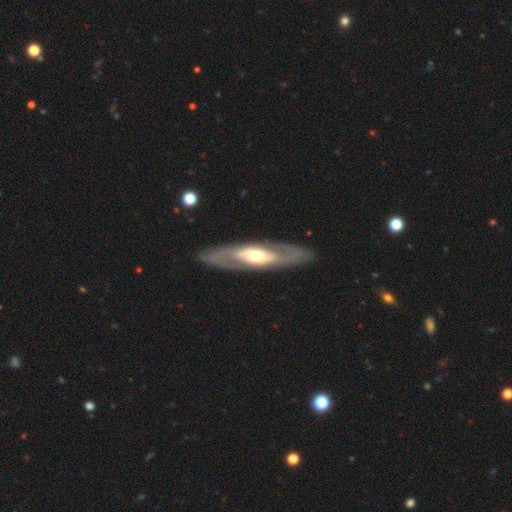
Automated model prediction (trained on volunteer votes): Q: Smooth or featured?
A: featured or disk (73%); runner-up: smooth (23%)
Q: Edge-on disk?
A: no (70%); runner-up: yes (30%)
Q: Bar?
A: no (60%); runner-up: weak (24%)
Q: Spiral arms?
A: no (55%); runner-up: yes (45%)
Q: Bulge size?
A: moderate (64%); runner-up: small (17%)
Q: Merging?
A: none (85%); runner-up: minor disturbance (10%)